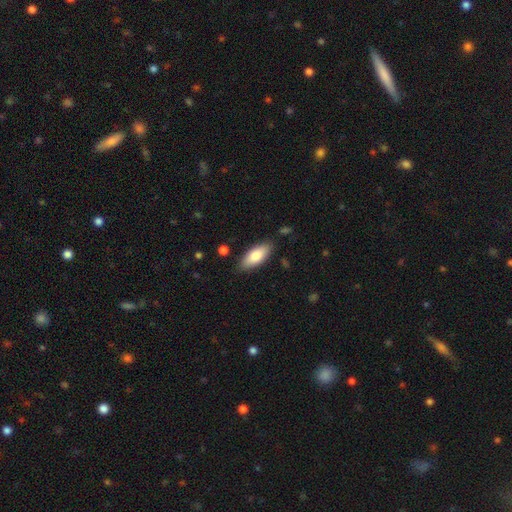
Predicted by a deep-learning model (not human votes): The model was most divided on "smooth or featured": smooth: 79%, featured or disk: 15%, star or artifact: 6%. More confident: merging — none (85%); how rounded — in between (81%).